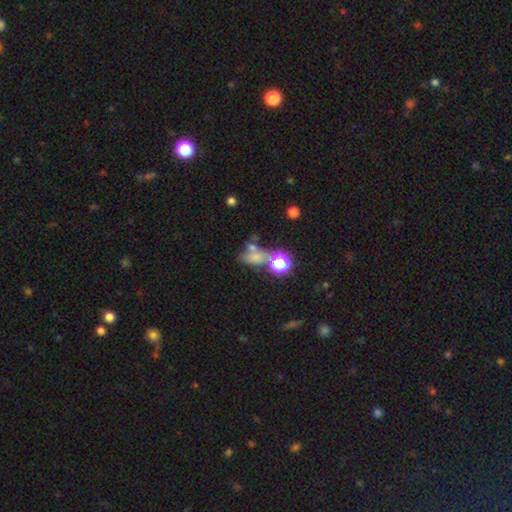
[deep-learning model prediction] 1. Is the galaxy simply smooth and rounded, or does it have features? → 60% smooth, 25% star or artifact, 15% featured or disk.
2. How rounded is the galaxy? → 60% in between, 36% round, 4% cigar-shaped.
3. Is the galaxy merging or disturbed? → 37% none, 35% merger, 15% minor disturbance, 13% major disturbance.